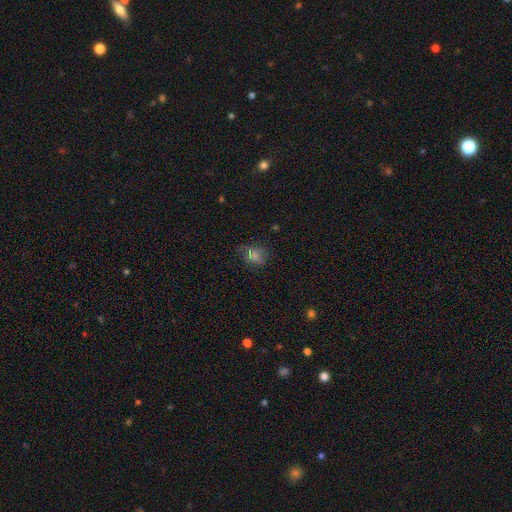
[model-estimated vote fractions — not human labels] smooth_or_featured: smooth (p=0.52) [alt: star or artifact p=0.26]
how_rounded: round (p=0.50) [alt: in between p=0.48]
merging: none (p=0.63) [alt: minor disturbance p=0.23]